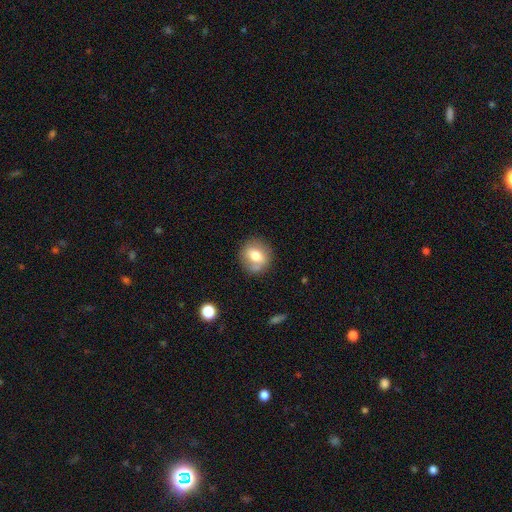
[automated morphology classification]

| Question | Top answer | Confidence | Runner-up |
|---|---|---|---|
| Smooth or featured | smooth | 68% | featured or disk (23%) |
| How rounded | round | 76% | in between (23%) |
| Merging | none | 74% | minor disturbance (17%) |